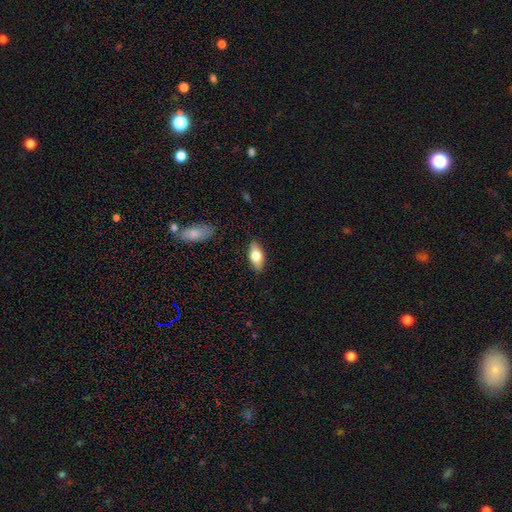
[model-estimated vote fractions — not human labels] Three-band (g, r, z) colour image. It shows a smooth galaxy with no disk features (75%) that is in between round and cigar-shaped (87%). Merging: none (86%).